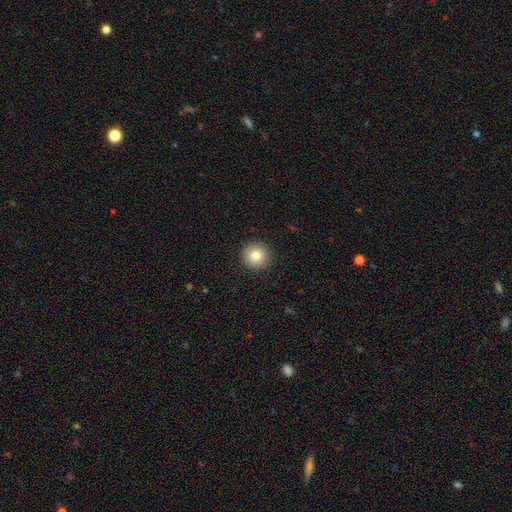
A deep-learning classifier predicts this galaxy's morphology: Smooth or featured: smooth — 80% (star or artifact — 10%)
How rounded: round — 95% (in between — 4%)
Merging: none — 92% (minor disturbance — 5%)